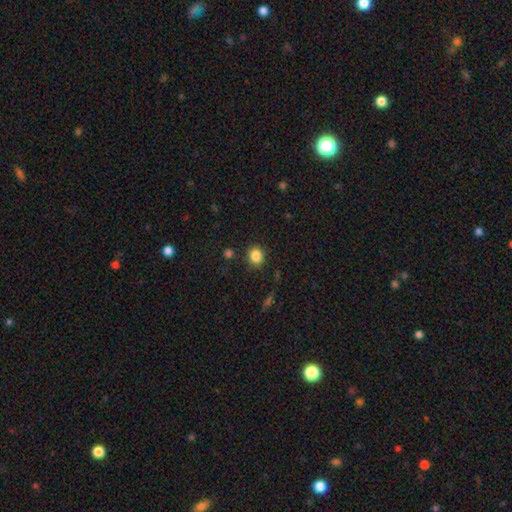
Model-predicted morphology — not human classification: smooth 84%, star or artifact 11%, featured or disk 5%. Down the decision tree: how rounded — round (73%); merging — none (86%).